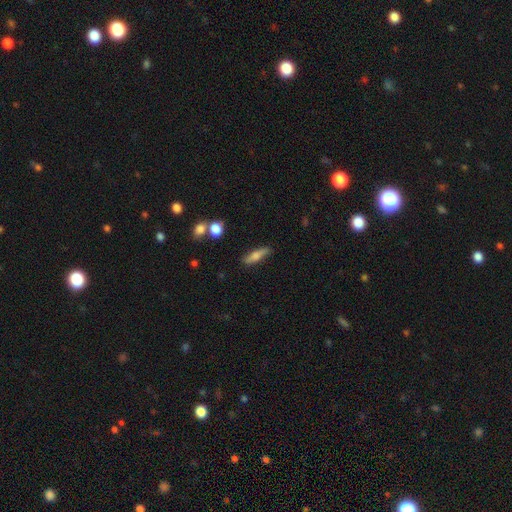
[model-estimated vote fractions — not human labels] Overall: smooth (64%; featured or disk 28%). How rounded: cigar-shaped (66%; in between 31%). Merging: none (78%).